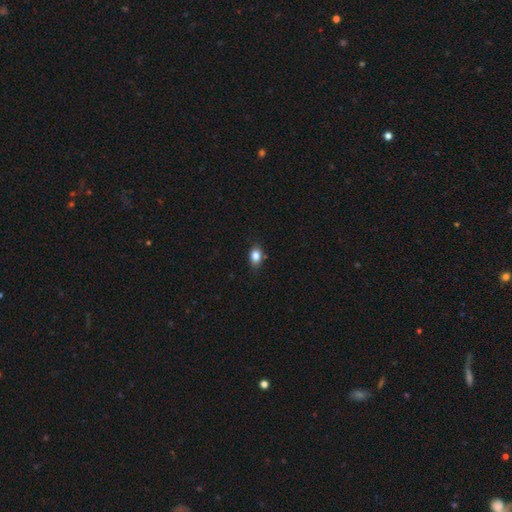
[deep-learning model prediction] smooth_or_featured: smooth (p=0.83) [alt: star or artifact p=0.09]
how_rounded: in between (p=0.77) [alt: round p=0.21]
merging: none (p=0.79) [alt: minor disturbance p=0.16]